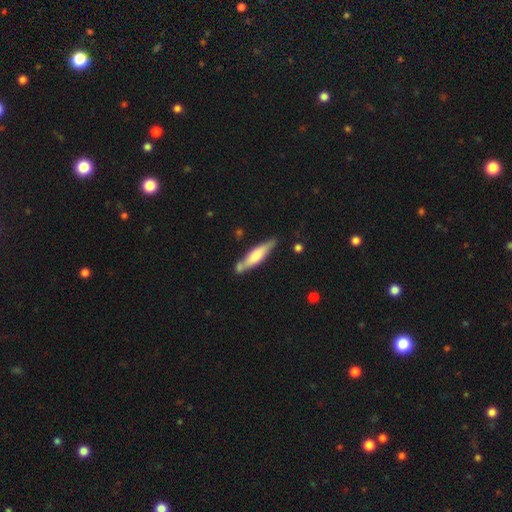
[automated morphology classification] A smooth galaxy with no disk features (52%) that is cigar-shaped (82%).

Vote fractions:
- Smooth or featured? smooth: 52% / featured or disk: 43% / star or artifact: 5%
- How rounded? cigar-shaped: 82% / in between: 17% / round: 2%
- Merging? none: 70% / minor disturbance: 16% / merger: 10% / major disturbance: 4%